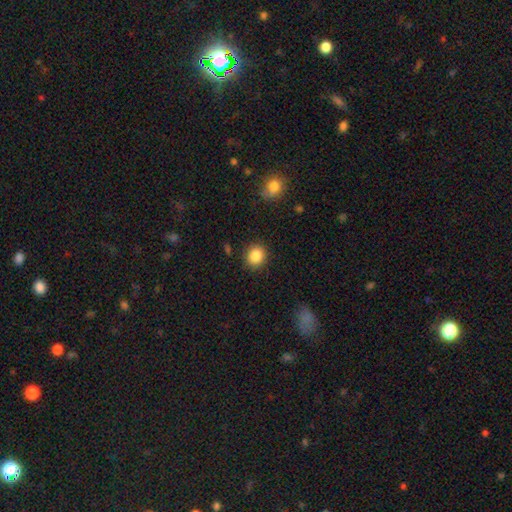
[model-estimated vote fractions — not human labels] Morphology: type=smooth (86%); roundness=round (78%); merging=none (89%).